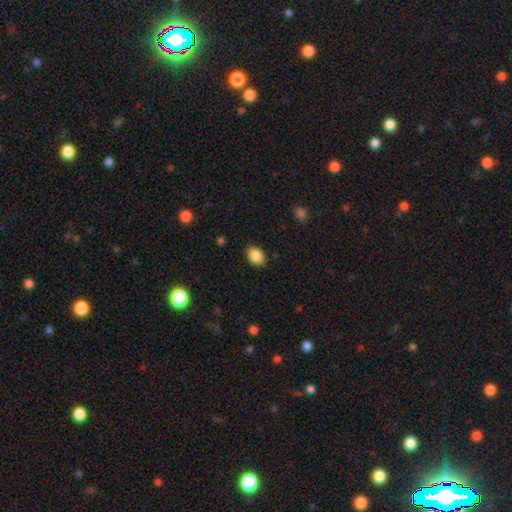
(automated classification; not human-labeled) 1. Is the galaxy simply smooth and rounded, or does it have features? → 87% smooth, 8% star or artifact, 5% featured or disk.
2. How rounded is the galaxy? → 77% in between, 22% round, 1% cigar-shaped.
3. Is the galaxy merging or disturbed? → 86% none, 10% minor disturbance, 2% major disturbance, 1% merger.